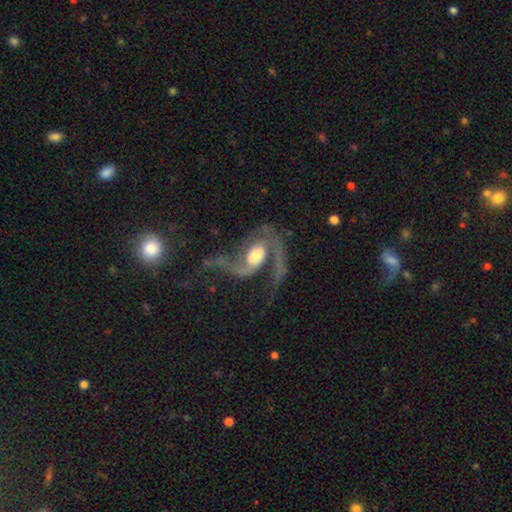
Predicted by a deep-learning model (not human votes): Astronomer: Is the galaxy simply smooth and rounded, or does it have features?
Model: featured or disk — 88%.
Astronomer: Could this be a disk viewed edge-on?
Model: no — 97%.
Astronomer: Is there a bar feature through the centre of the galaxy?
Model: no — 55% (runner-up: weak, 33%).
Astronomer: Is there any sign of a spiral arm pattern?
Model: yes — 96%.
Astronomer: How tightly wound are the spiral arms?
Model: loose — 53% (runner-up: medium, 37%).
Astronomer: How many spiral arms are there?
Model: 2 — 79%.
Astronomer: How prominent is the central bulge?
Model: moderate — 56%.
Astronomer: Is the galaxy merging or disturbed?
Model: none — 41% (runner-up: major disturbance, 38%).